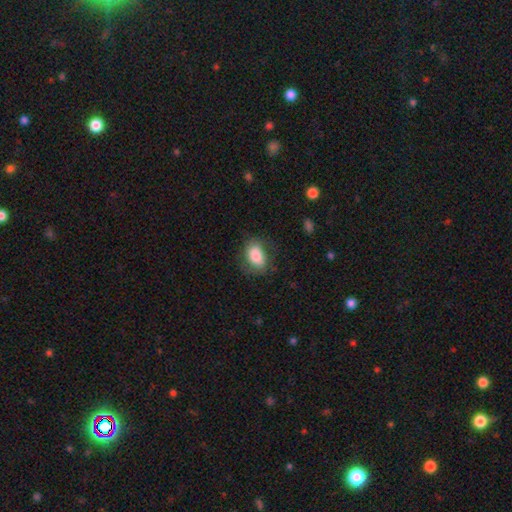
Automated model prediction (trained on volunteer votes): Smooth or featured: smooth — 80% (featured or disk — 13%)
How rounded: in between — 85% (round — 13%)
Merging: none — 68% (minor disturbance — 20%)